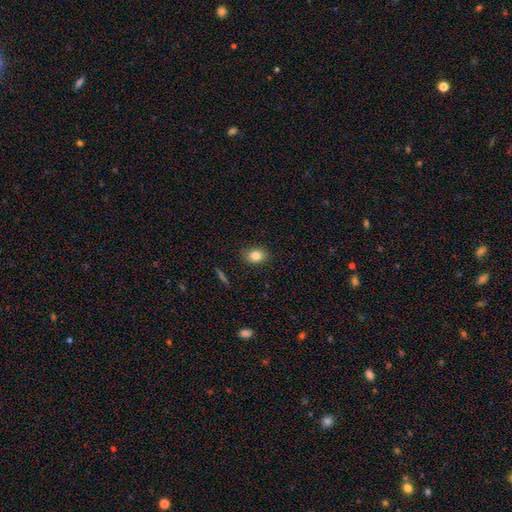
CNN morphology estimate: A smooth galaxy with no disk features (82%) that is in between round and cigar-shaped (64%). Merging: none (86%).